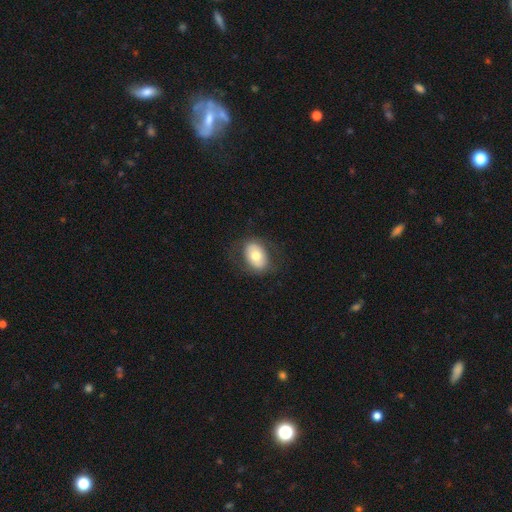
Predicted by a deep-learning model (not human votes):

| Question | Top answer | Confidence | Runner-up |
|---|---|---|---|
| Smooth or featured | smooth | 66% | featured or disk (27%) |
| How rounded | in between | 80% | round (19%) |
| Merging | none | 77% | minor disturbance (14%) |